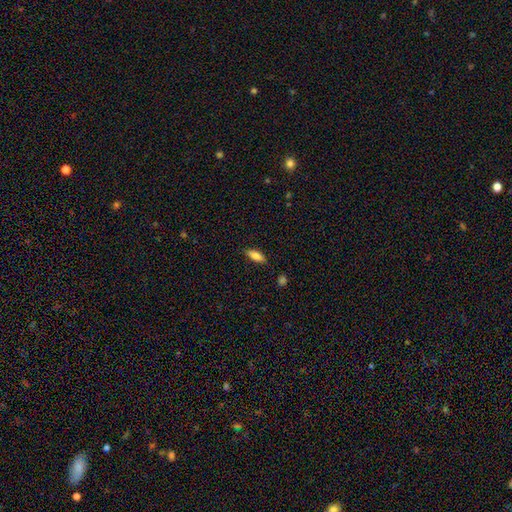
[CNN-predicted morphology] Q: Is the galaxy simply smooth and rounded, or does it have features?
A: smooth — 79%.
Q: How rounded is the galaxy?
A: in between — 72%.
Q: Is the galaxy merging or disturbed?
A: none — 85%.